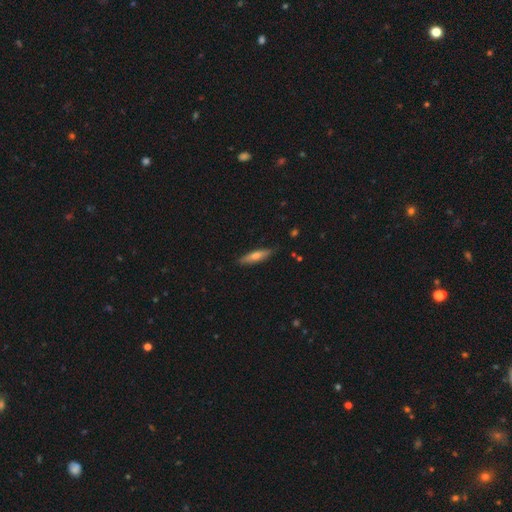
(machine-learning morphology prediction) smooth-or-featured: smooth: 54% | featured or disk: 40% | star or artifact: 6%
  how-rounded: cigar-shaped: 77% | in between: 21% | round: 2%
  merging: none: 85% | minor disturbance: 12% | major disturbance: 2% | merger: 1%